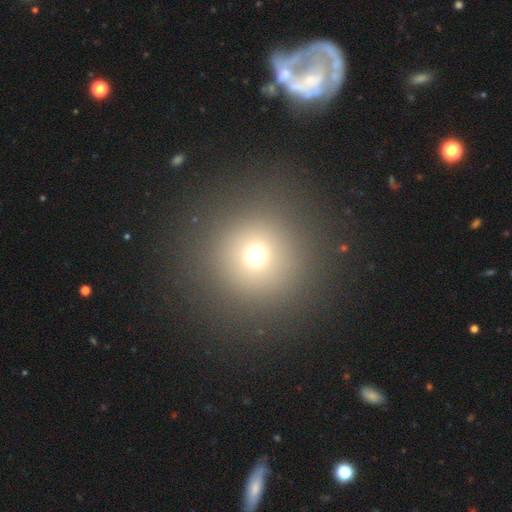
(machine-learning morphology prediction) A smooth galaxy with no disk features (68%) that is round (95%). Merging: none (89%).